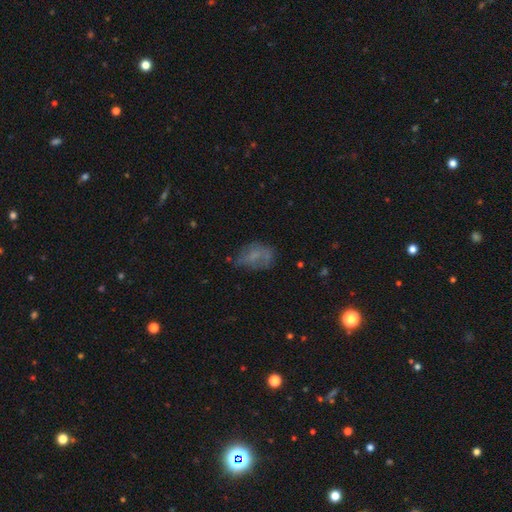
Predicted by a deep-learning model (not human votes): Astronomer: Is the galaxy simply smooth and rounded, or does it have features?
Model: smooth — 52% (runner-up: featured or disk, 33%).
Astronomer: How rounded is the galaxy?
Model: in between — 82%.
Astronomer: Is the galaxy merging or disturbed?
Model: none — 45% (runner-up: minor disturbance, 29%).